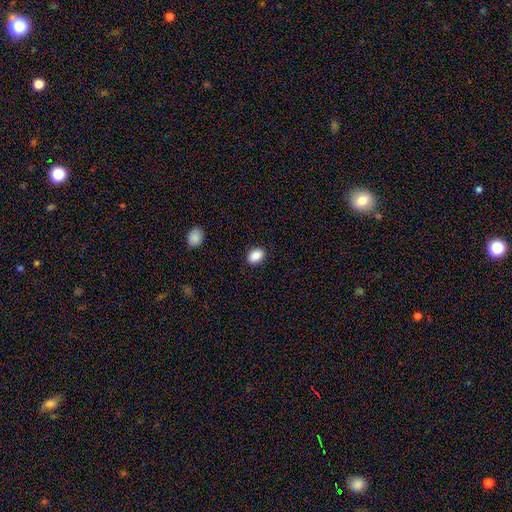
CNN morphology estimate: A smooth galaxy with no disk features (89%) that is in between round and cigar-shaped (78%). Merging: none (89%).